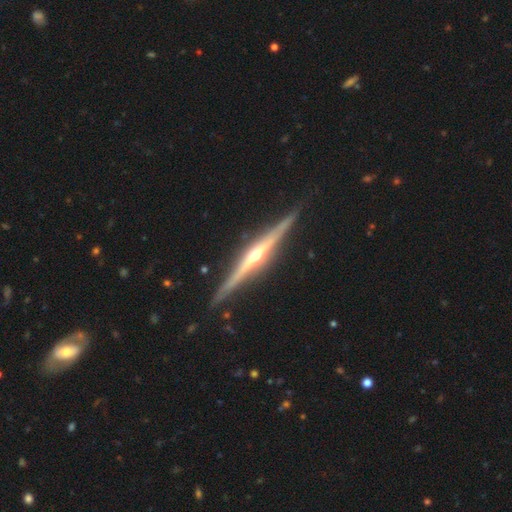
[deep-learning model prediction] Overall: featured or disk (87%). Edge-on disk: yes (98%). Edge-on bulge: rounded (90%). Merging: none (89%).